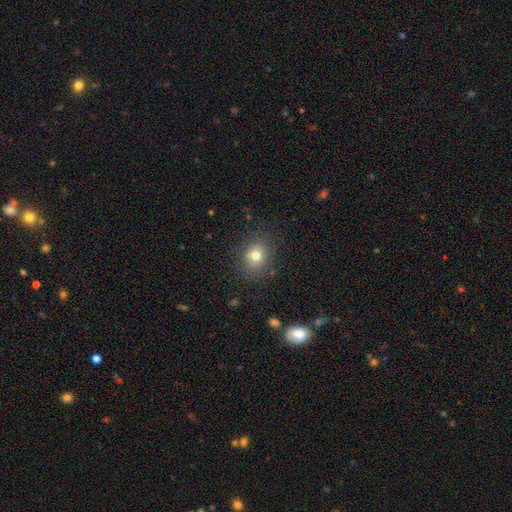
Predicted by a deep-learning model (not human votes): Smooth or featured? smooth (75%)
How rounded? round (60%)
Merging? none (82%)